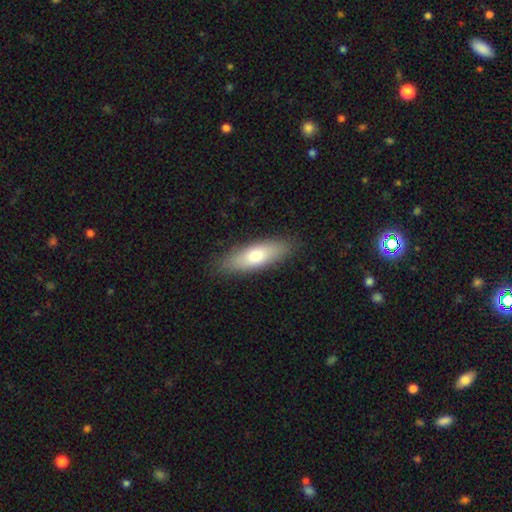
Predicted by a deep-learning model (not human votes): A smooth galaxy with no disk features (71%) that is in between round and cigar-shaped (54%). Merging: none (87%).